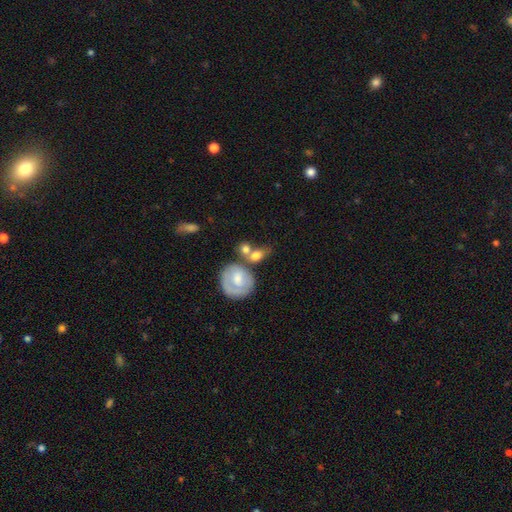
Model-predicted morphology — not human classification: Smooth or featured? smooth (67%)
How rounded? round (52%)
Merging? none (40%)